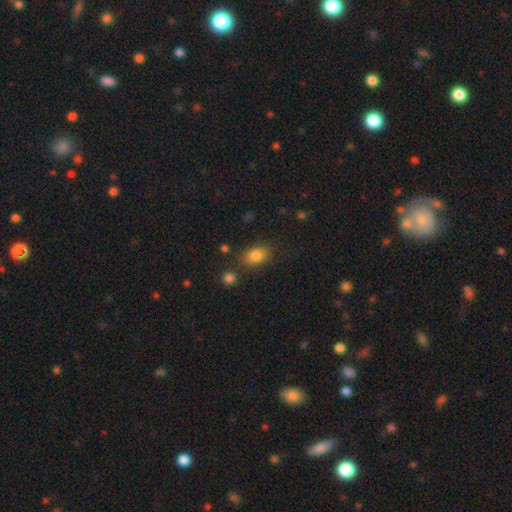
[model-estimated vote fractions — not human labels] A smooth galaxy with no disk features (82%) that is in between round and cigar-shaped (78%). Merging: none (76%).